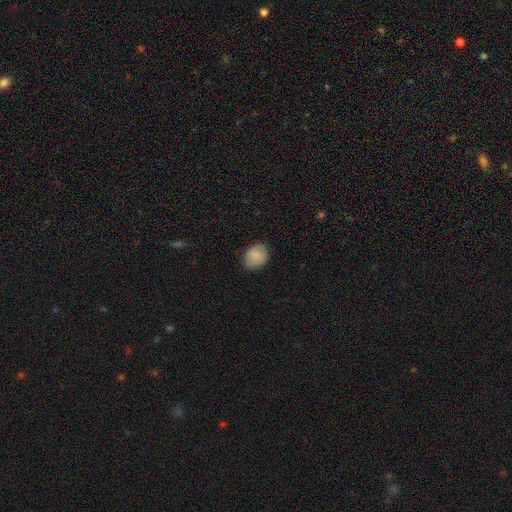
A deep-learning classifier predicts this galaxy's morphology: type=smooth (84%); roundness=in between (62%); merging=none (78%).